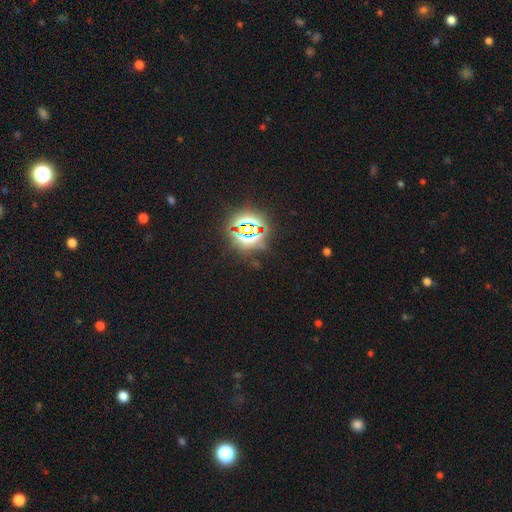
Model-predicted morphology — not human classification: Smooth or featured? Predicted: star or artifact (p=0.84).